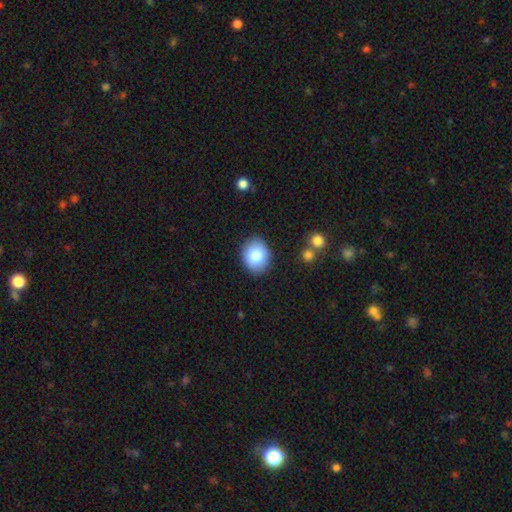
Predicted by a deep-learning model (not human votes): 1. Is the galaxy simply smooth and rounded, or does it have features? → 81% smooth, 11% featured or disk, 7% star or artifact.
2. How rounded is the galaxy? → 53% in between, 46% round, 1% cigar-shaped.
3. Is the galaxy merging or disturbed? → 87% none, 9% minor disturbance, 2% major disturbance, 2% merger.